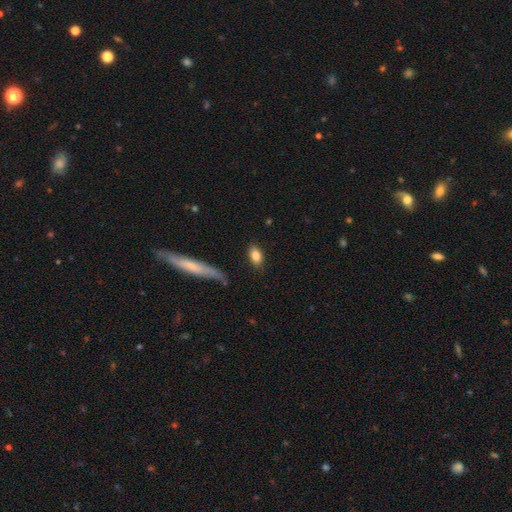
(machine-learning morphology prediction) smooth-or-featured: smooth: 84% | featured or disk: 9% | star or artifact: 7%
  how-rounded: in between: 88% | round: 6% | cigar-shaped: 6%
  merging: none: 84% | minor disturbance: 10% | major disturbance: 3% | merger: 2%